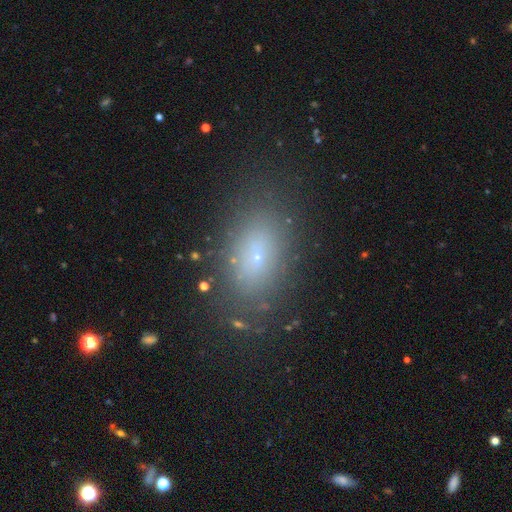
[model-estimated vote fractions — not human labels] Smooth or featured: smooth — 65% (star or artifact — 17%)
How rounded: in between — 84% (round — 12%)
Merging: none — 81% (minor disturbance — 12%)